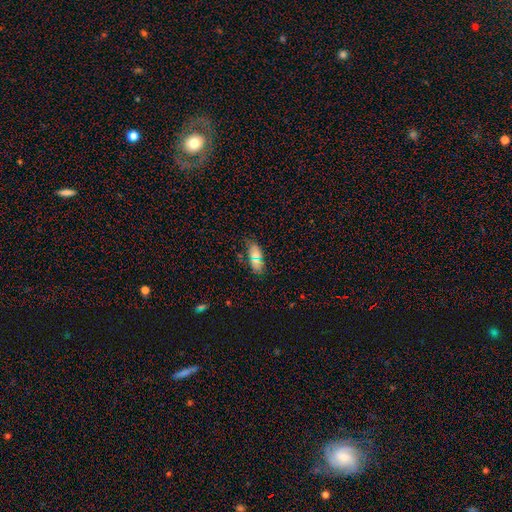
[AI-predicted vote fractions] Smooth or featured?
  - smooth: 66% *
  - star or artifact: 20%
  - featured or disk: 14%
How rounded?
  - in between: 81% *
  - cigar-shaped: 14%
  - round: 5%
Merging?
  - none: 80% *
  - minor disturbance: 14%
  - major disturbance: 3%
  - merger: 3%